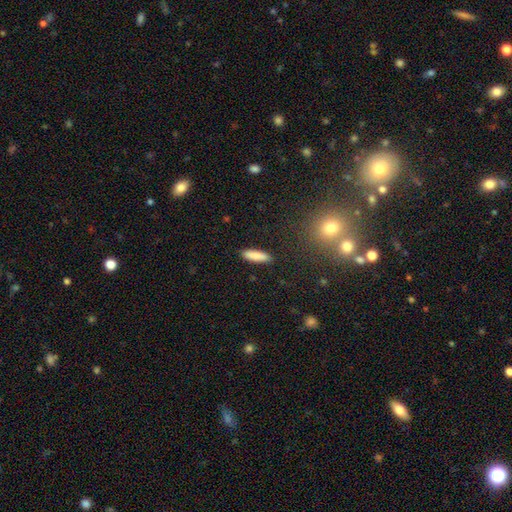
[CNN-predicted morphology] smooth-or-featured: smooth: 85% | featured or disk: 8% | star or artifact: 7%
  how-rounded: cigar-shaped: 61% | in between: 37% | round: 2%
  merging: none: 89% | minor disturbance: 8% | major disturbance: 2% | merger: 1%